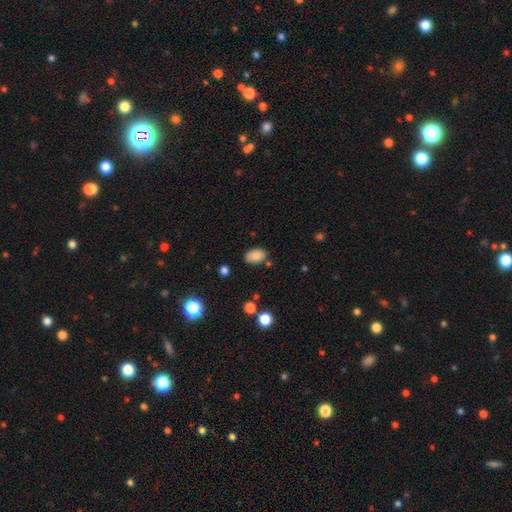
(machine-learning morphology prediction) type=smooth (86%); roundness=in between (89%); merging=none (78%).